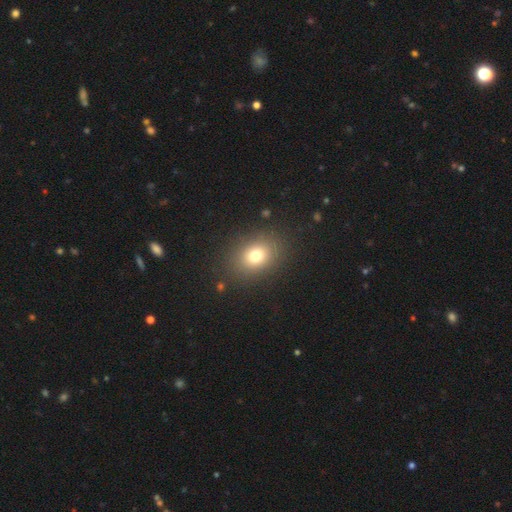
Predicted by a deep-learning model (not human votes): Smooth or featured?
  - smooth: 76% *
  - star or artifact: 14%
  - featured or disk: 11%
How rounded?
  - in between: 59% *
  - round: 40%
  - cigar-shaped: 1%
Merging?
  - none: 87% *
  - minor disturbance: 8%
  - major disturbance: 4%
  - merger: 1%